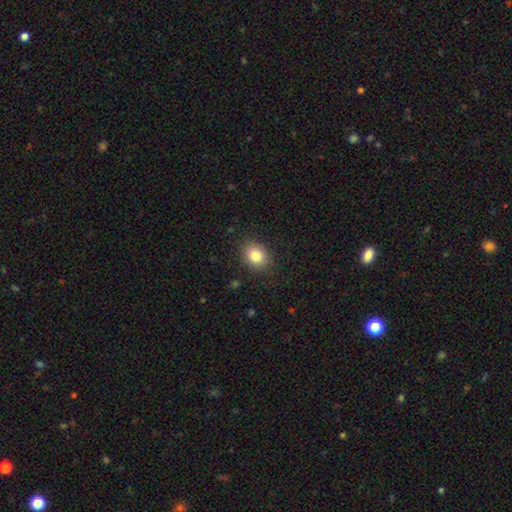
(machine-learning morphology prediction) This appears to be a smooth galaxy with no disk features (82%) that is round (52%). Merging: none (86%).